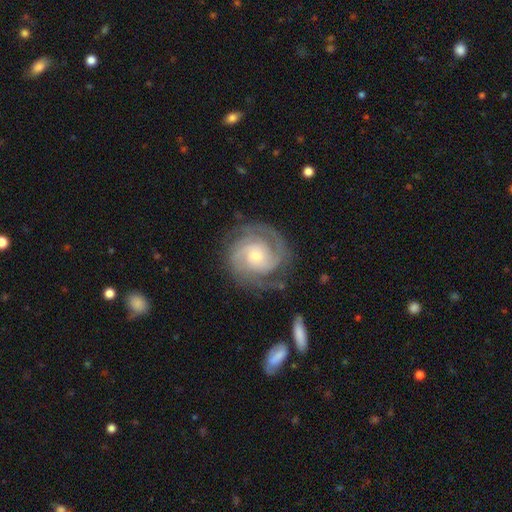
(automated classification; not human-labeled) This is clearly a featured or disk galaxy (89%). It is clearly not viewed edge-on (98%). Bar: likely no (68%). Spiral arm pattern: clearly yes (98%). Spiral arm count: possibly 2 (46%). Spiral winding: likely tight (66%). Central bulge: likely small (62%). Merging: likely none (78%).